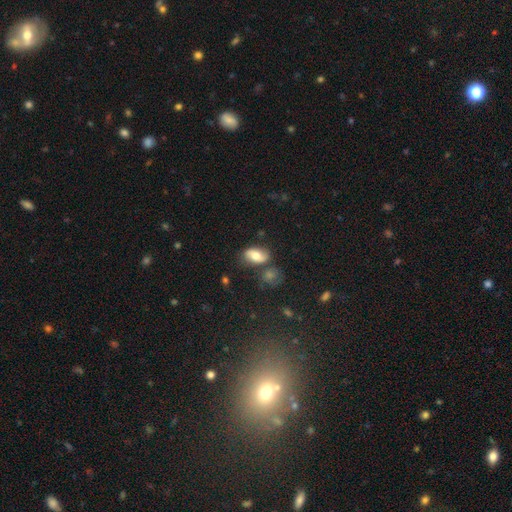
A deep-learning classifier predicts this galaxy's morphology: smooth-or-featured: smooth: 67% | featured or disk: 24% | star or artifact: 9%
  how-rounded: in between: 89% | round: 8% | cigar-shaped: 3%
  merging: none: 61% | minor disturbance: 20% | merger: 12% | major disturbance: 7%